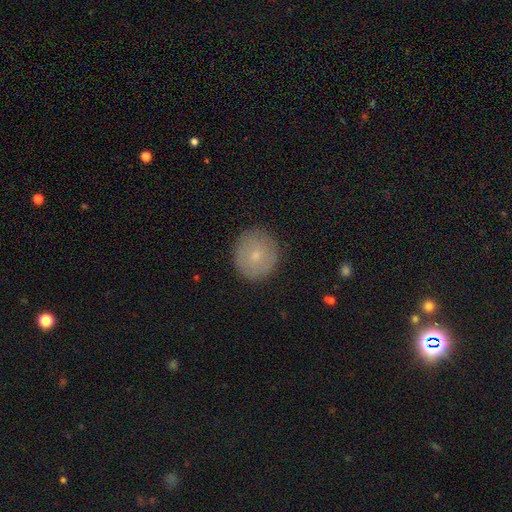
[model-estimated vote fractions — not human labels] Q: Smooth or featured?
A: smooth (70%); runner-up: featured or disk (22%)
Q: How rounded?
A: round (91%); runner-up: in between (8%)
Q: Merging?
A: none (87%); runner-up: minor disturbance (9%)